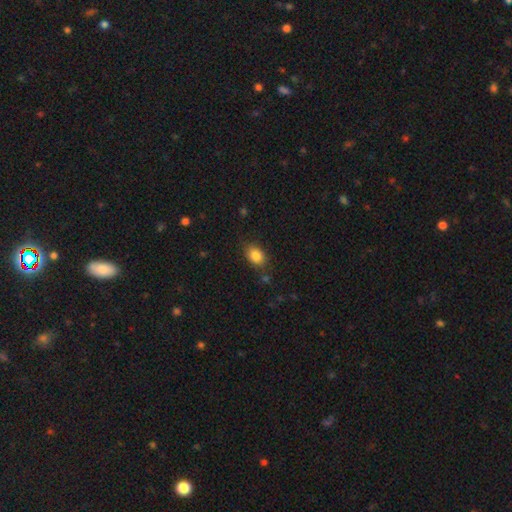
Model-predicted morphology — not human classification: Smooth or featured?
  - smooth: 85% *
  - star or artifact: 9%
  - featured or disk: 6%
How rounded?
  - in between: 74% *
  - round: 25%
  - cigar-shaped: 1%
Merging?
  - none: 79% *
  - minor disturbance: 15%
  - major disturbance: 4%
  - merger: 2%